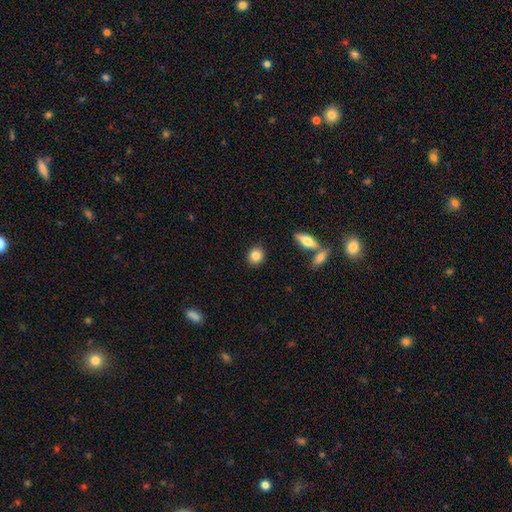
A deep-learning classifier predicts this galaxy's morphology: Smooth or featured? Predicted: smooth (p=0.83). How rounded? Predicted: round (p=0.79). Merging? Predicted: none (p=0.88).